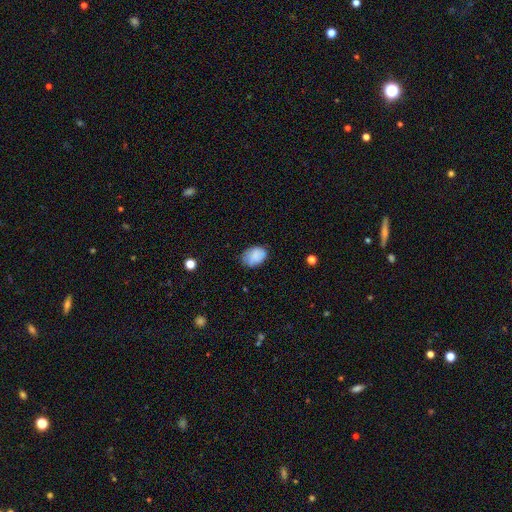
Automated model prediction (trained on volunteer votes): Smooth or featured? Predicted: smooth (p=0.82). How rounded? Predicted: in between (p=0.78). Merging? Predicted: none (p=0.67).